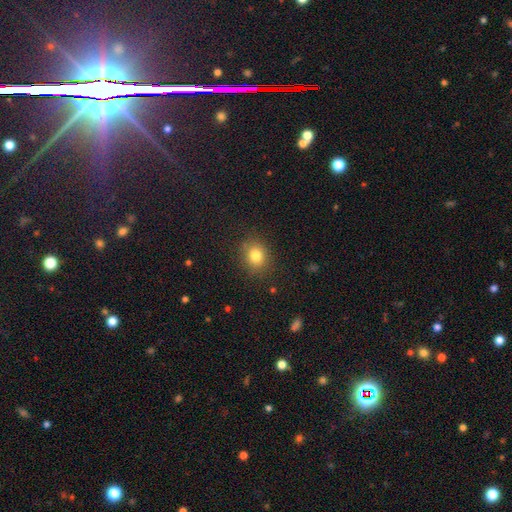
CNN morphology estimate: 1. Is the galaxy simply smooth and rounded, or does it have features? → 81% smooth, 12% star or artifact, 7% featured or disk.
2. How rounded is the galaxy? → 69% round, 30% in between, 1% cigar-shaped.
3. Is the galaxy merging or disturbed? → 85% none, 11% minor disturbance, 3% major disturbance, 1% merger.